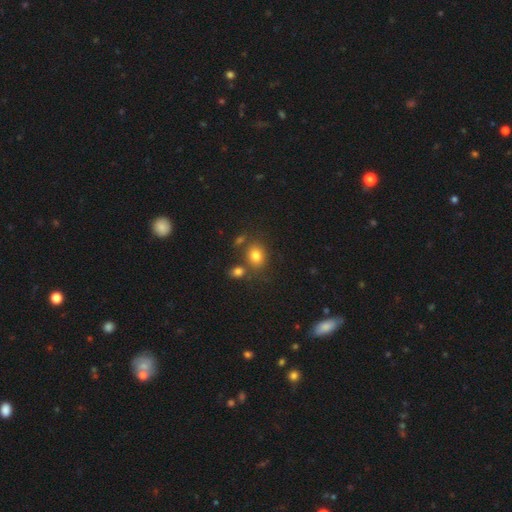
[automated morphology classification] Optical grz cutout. It shows a smooth galaxy with no disk features (80%) that is round (57%). Merging: none (67%).